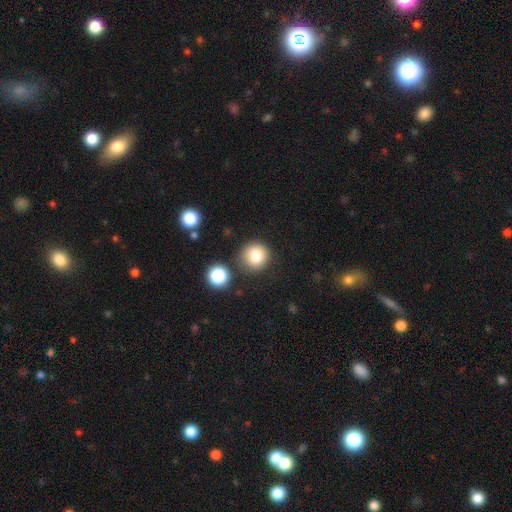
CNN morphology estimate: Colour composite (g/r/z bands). It shows a smooth galaxy with no disk features (82%) that is round (92%). Merging: none (81%).